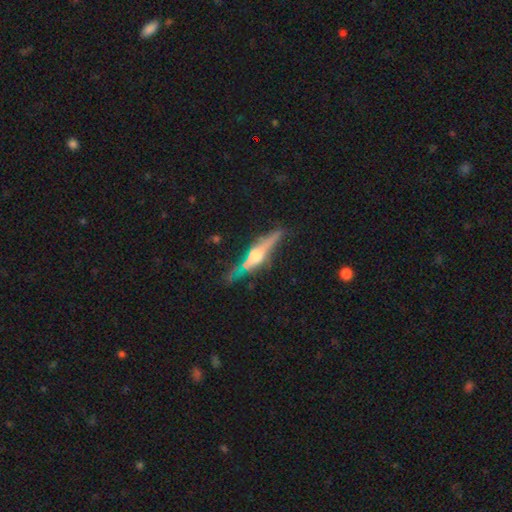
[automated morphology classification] A featured or disk galaxy (73%) viewed edge-on (95%) with a rounded central bulge (84%). Merging: none (74%).